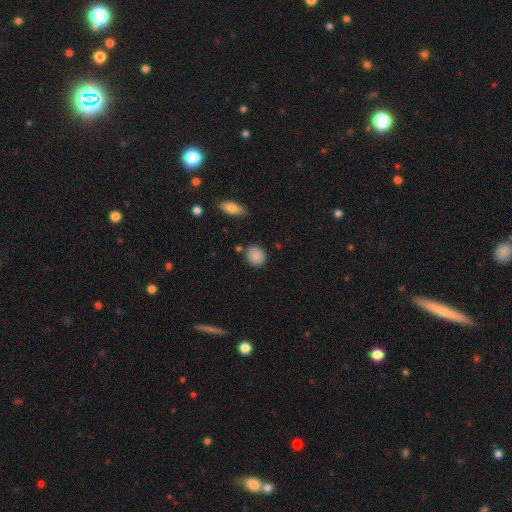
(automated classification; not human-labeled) A smooth galaxy with no disk features (88%) that is round (70%). Merging: none (82%).